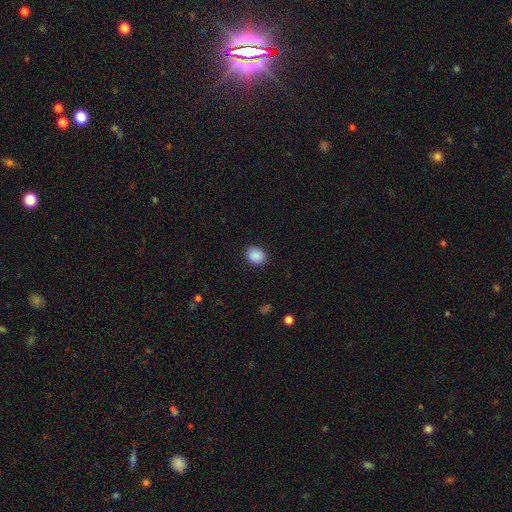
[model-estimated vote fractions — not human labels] Smooth or featured: smooth — 90% (star or artifact — 8%)
How rounded: round — 58% (in between — 41%)
Merging: none — 89% (minor disturbance — 8%)